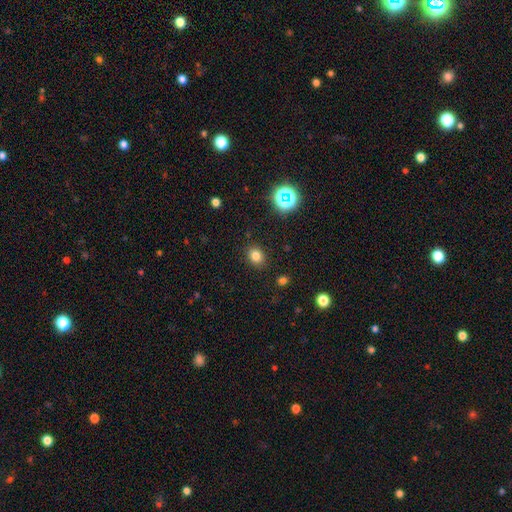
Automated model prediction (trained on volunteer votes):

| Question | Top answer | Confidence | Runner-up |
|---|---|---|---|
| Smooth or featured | smooth | 79% | star or artifact (15%) |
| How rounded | round | 61% | in between (38%) |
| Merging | none | 88% | minor disturbance (8%) |